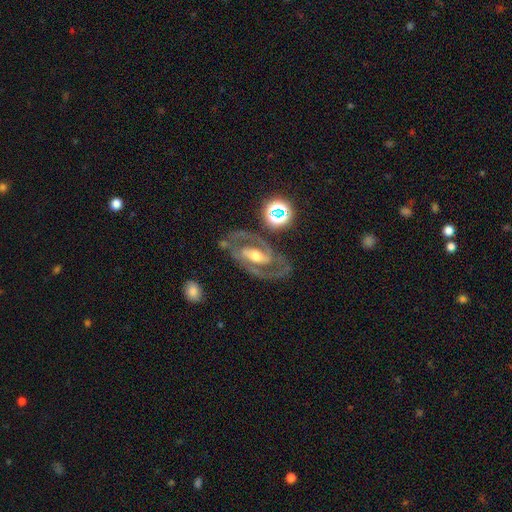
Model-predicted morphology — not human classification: Smooth or featured? Predicted: featured or disk (p=0.87). Edge-on disk? Predicted: no (p=0.96). Bar? Predicted: strong (p=0.42). Spiral arms? Predicted: yes (p=0.93). Spiral winding? Predicted: medium (p=0.56). Spiral arm count? Predicted: 2 (p=0.90). Bulge size? Predicted: moderate (p=0.65). Merging? Predicted: none (p=0.75).